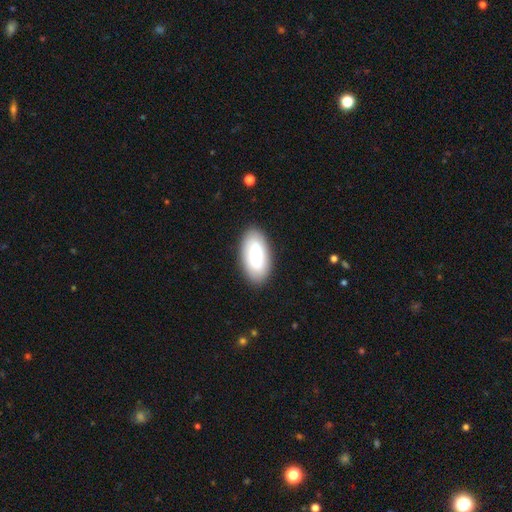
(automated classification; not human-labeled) Smooth or featured? Predicted: smooth (p=0.77). How rounded? Predicted: in between (p=0.94). Merging? Predicted: none (p=0.85).